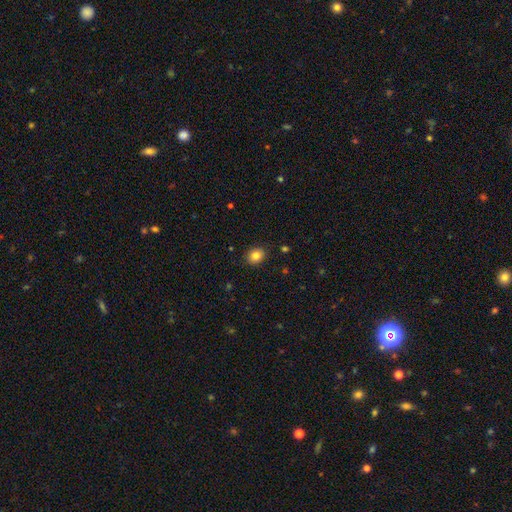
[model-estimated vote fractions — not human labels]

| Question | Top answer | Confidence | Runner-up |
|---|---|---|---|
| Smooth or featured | smooth | 84% | star or artifact (10%) |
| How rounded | round | 56% | in between (44%) |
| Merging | none | 88% | minor disturbance (8%) |